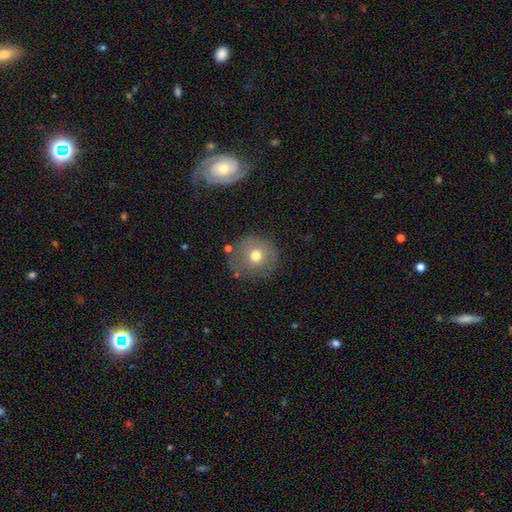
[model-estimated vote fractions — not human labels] Q: Smooth or featured?
A: smooth (68%); runner-up: featured or disk (22%)
Q: How rounded?
A: round (92%); runner-up: in between (7%)
Q: Merging?
A: none (76%); runner-up: minor disturbance (14%)